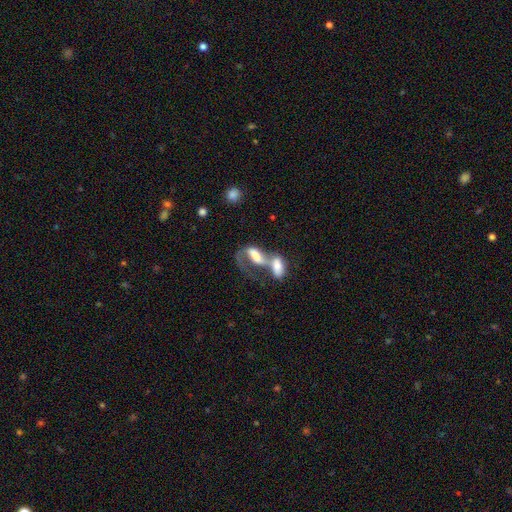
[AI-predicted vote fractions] Smooth or featured?
  - smooth: 47% *
  - featured or disk: 44%
  - star or artifact: 9%
Merging?
  - merger: 74% *
  - major disturbance: 12%
  - none: 9%
  - minor disturbance: 5%